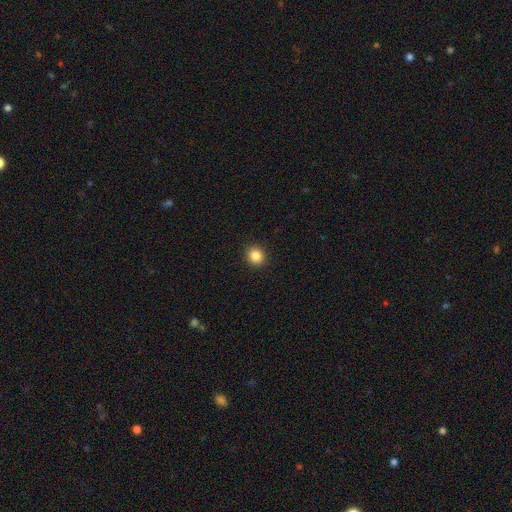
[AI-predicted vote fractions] This appears to be a smooth galaxy with no disk features (85%) that is round (80%). Merging: none (92%).